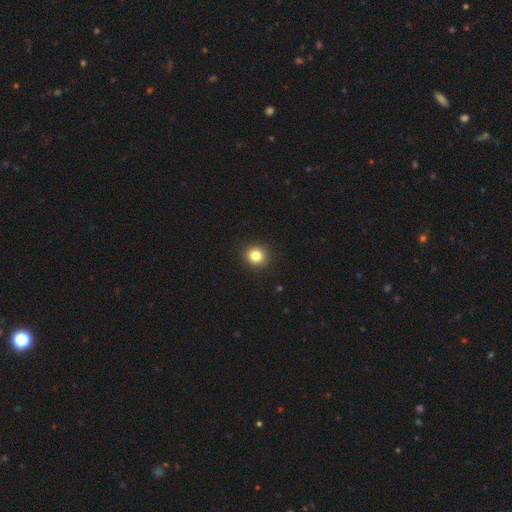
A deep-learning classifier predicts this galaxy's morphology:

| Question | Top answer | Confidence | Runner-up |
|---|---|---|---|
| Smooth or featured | smooth | 83% | star or artifact (12%) |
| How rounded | round | 89% | in between (10%) |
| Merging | none | 92% | minor disturbance (5%) |